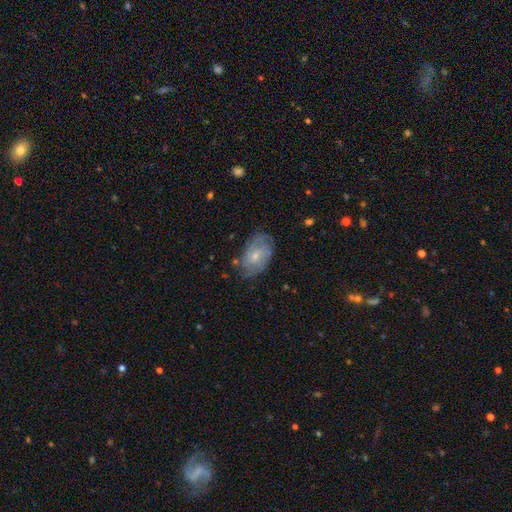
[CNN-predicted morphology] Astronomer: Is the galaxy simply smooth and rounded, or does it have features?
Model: featured or disk — 65%.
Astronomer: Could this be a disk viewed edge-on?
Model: no — 96%.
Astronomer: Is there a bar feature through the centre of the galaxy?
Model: no — 58% (runner-up: weak, 37%).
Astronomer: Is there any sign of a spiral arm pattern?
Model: yes — 82%.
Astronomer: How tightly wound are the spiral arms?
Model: tight — 52% (runner-up: medium, 35%).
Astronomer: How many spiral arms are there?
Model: can't tell — 46% (runner-up: 2, 28%).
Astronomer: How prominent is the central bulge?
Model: small — 60% (runner-up: moderate, 35%).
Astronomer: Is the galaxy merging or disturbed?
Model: none — 68%.